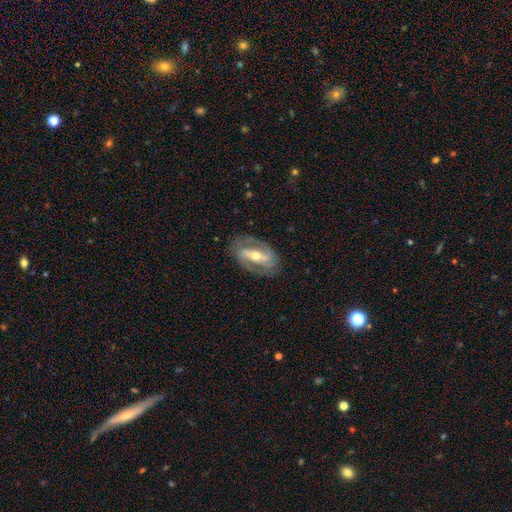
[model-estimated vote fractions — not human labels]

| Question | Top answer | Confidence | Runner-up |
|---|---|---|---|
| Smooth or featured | featured or disk | 83% | smooth (11%) |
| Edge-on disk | no | 92% | yes (8%) |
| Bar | strong | 65% | weak (22%) |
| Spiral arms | yes | 82% | no (18%) |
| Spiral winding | medium | 43% | tight (36%) |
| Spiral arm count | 2 | 86% | can't tell (8%) |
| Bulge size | moderate | 59% | small (36%) |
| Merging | none | 80% | minor disturbance (13%) |